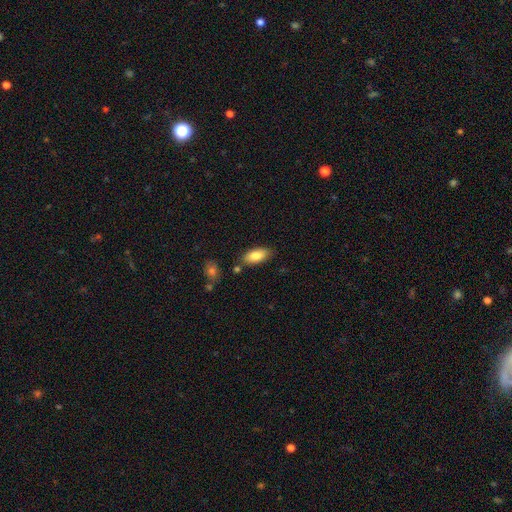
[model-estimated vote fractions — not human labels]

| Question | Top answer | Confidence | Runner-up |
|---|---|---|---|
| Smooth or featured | smooth | 83% | featured or disk (11%) |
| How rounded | in between | 89% | cigar-shaped (9%) |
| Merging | none | 81% | minor disturbance (13%) |